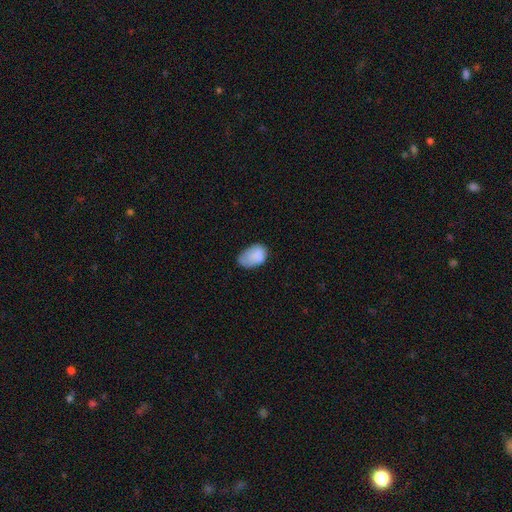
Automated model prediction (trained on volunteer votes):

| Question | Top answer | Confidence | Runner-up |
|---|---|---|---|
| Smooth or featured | smooth | 82% | featured or disk (10%) |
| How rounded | in between | 88% | round (11%) |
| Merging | none | 44% | minor disturbance (40%) |